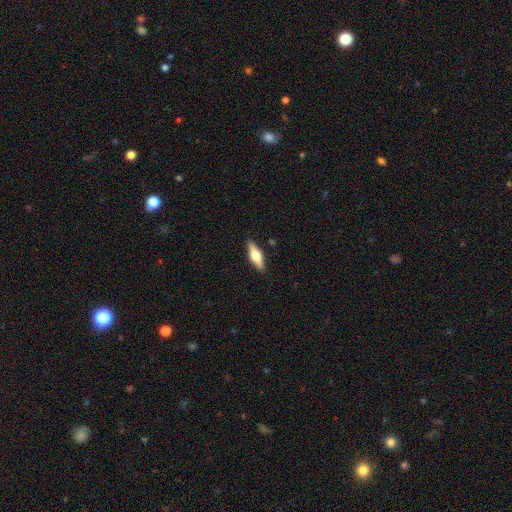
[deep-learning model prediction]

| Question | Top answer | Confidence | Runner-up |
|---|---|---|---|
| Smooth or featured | smooth | 49% | featured or disk (45%) |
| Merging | none | 88% | minor disturbance (9%) |